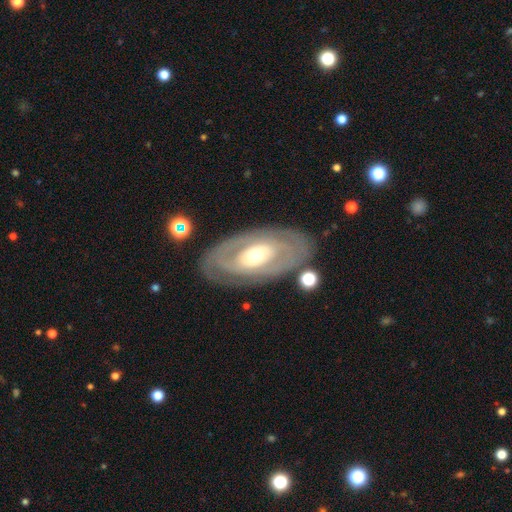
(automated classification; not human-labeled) Smooth or featured: featured or disk — 76% (smooth — 19%)
Edge-on disk: no — 91% (yes — 9%)
Bar: no — 71% (weak — 19%)
Spiral arms: yes — 56% (no — 44%)
Bulge size: moderate — 58% (small — 32%)
Merging: none — 81% (minor disturbance — 12%)